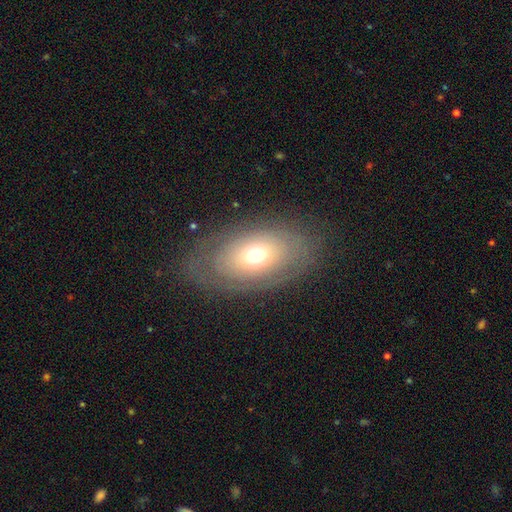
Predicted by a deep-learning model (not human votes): Overall: smooth (51%; featured or disk 40%). How rounded: in between (87%). Merging: none (76%).